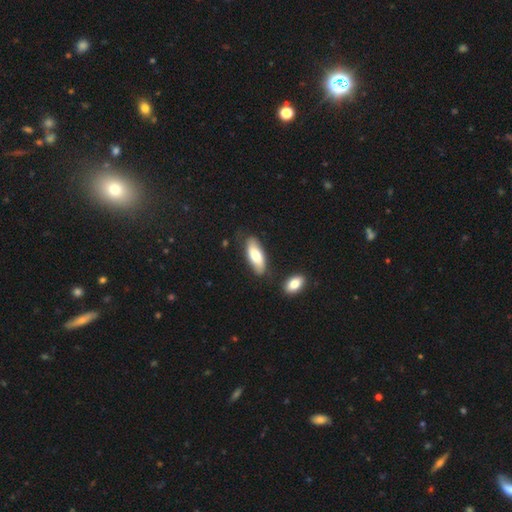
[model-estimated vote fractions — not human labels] Smooth or featured? smooth (69%)
How rounded? in between (74%)
Merging? none (74%)